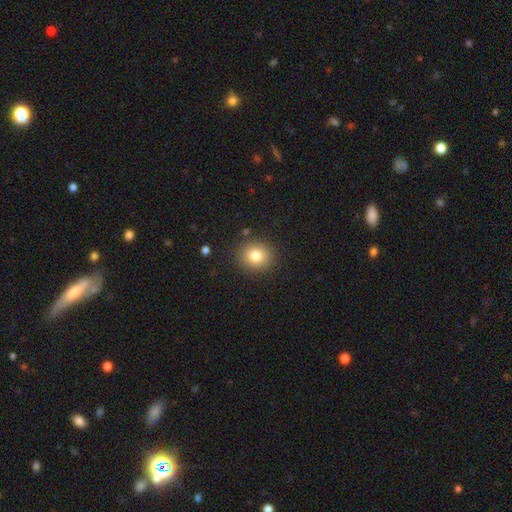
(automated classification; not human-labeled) smooth_or_featured: smooth (p=0.81) [alt: star or artifact p=0.11]
how_rounded: round (p=0.81) [alt: in between p=0.18]
merging: none (p=0.88) [alt: minor disturbance p=0.08]